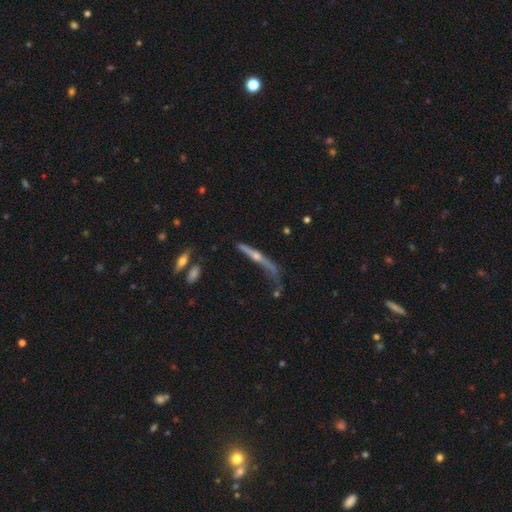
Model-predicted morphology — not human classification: Q: Smooth or featured?
A: featured or disk (68%); runner-up: smooth (23%)
Q: Edge-on disk?
A: yes (91%); runner-up: no (9%)
Q: Edge-on bulge?
A: rounded (84%); runner-up: none (11%)
Q: Merging?
A: none (42%); runner-up: minor disturbance (28%)